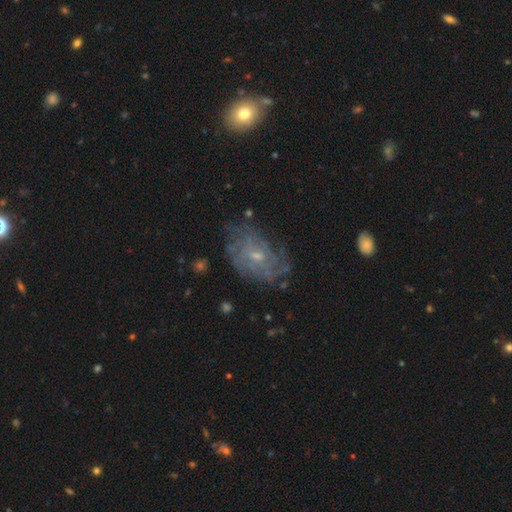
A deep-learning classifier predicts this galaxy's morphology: Smooth or featured? Predicted: featured or disk (p=0.75). Edge-on disk? Predicted: no (p=0.96). Bar? Predicted: no (p=0.64). Spiral arms? Predicted: yes (p=0.84). Spiral winding? Predicted: tight (p=0.60). Spiral arm count? Predicted: can't tell (p=0.57). Bulge size? Predicted: small (p=0.62). Merging? Predicted: none (p=0.68).